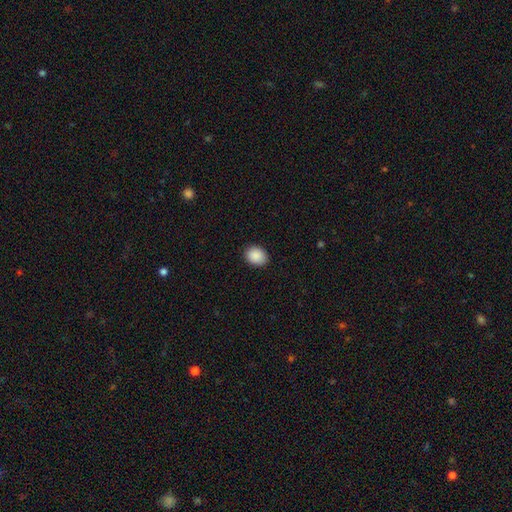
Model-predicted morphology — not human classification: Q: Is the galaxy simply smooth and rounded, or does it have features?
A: smooth — 90%.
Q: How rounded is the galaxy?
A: in between — 51%.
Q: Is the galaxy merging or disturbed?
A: none — 89%.